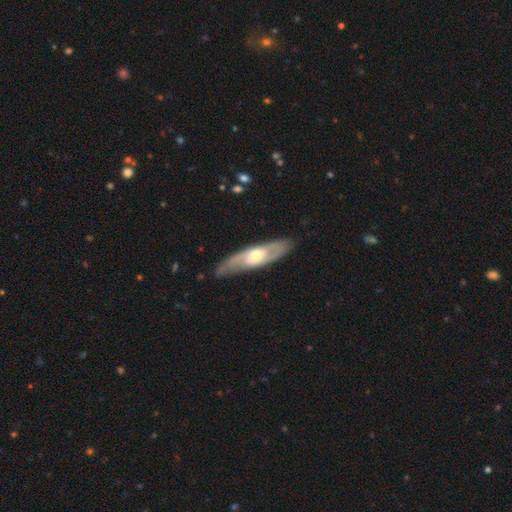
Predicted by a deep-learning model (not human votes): This is likely a featured or disk galaxy (70%). It is likely not viewed edge-on (70%). Merging: clearly none (82%).